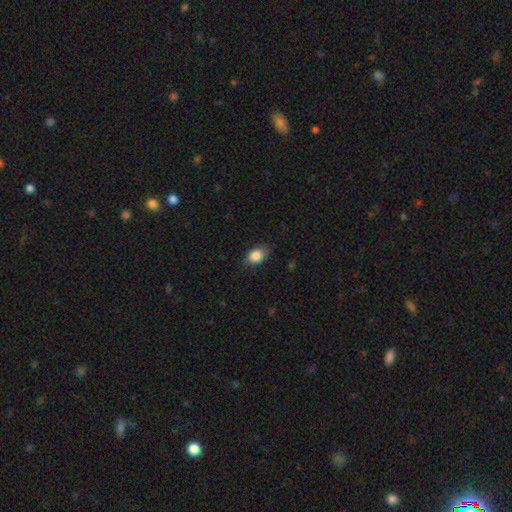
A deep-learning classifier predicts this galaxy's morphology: smooth_or_featured: smooth (p=0.85) [alt: star or artifact p=0.08]
how_rounded: in between (p=0.77) [alt: round p=0.21]
merging: none (p=0.78) [alt: minor disturbance p=0.18]